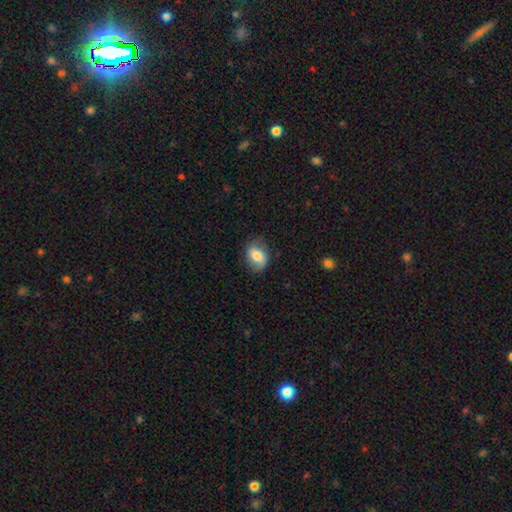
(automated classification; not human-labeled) This is likely a smooth galaxy (64%). How rounded: likely in between (75%). Merging: likely none (73%).